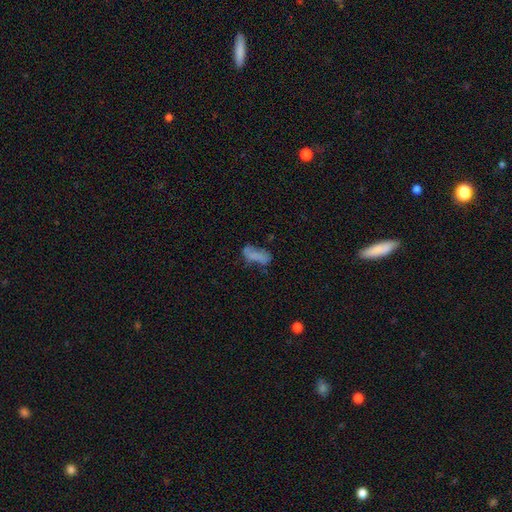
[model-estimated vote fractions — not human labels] Smooth or featured?
  - smooth: 64% *
  - featured or disk: 24%
  - star or artifact: 12%
How rounded?
  - in between: 79% *
  - cigar-shaped: 18%
  - round: 3%
Merging?
  - none: 40% *
  - minor disturbance: 27%
  - major disturbance: 22%
  - merger: 10%